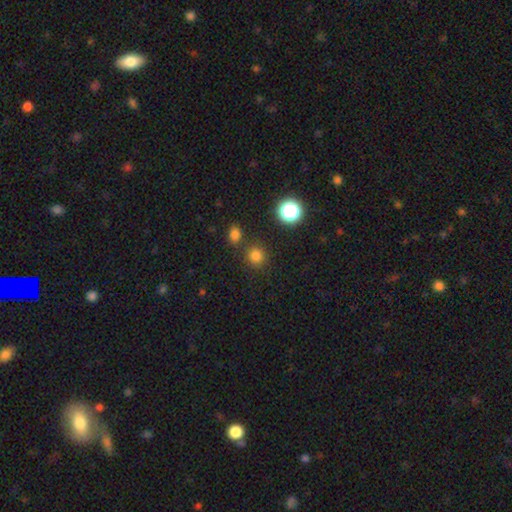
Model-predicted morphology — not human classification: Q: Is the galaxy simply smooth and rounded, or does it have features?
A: smooth — 76%.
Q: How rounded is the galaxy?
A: round — 90%.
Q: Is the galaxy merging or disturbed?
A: none — 82%.